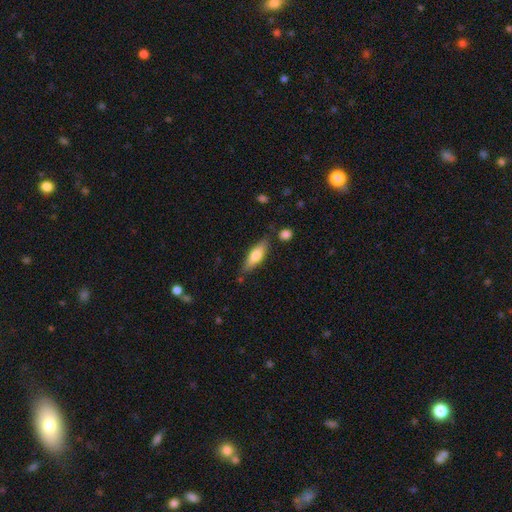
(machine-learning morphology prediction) smooth 63%, featured or disk 31%, star or artifact 6%. Down the decision tree: how rounded — in between (49%, tied with cigar-shaped); merging — none (78%).